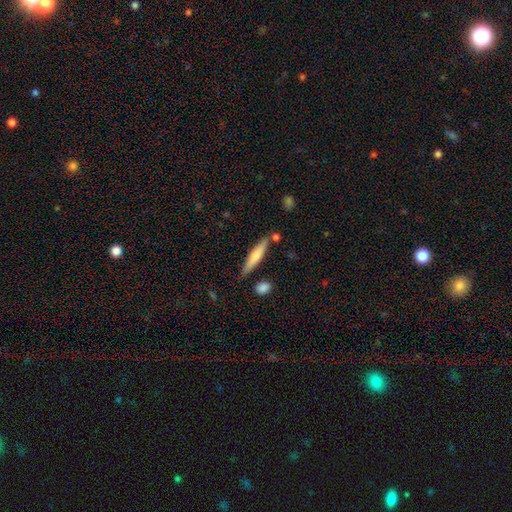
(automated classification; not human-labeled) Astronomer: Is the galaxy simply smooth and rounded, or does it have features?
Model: smooth — 63%.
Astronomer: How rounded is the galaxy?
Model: cigar-shaped — 87%.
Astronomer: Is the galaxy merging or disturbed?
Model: none — 78%.